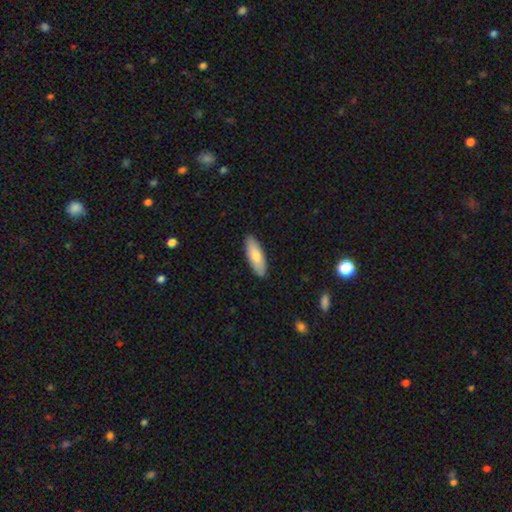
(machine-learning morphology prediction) Smooth or featured?
  - smooth: 73% *
  - featured or disk: 22%
  - star or artifact: 6%
How rounded?
  - in between: 56% *
  - cigar-shaped: 42%
  - round: 2%
Merging?
  - none: 89% *
  - minor disturbance: 8%
  - major disturbance: 2%
  - merger: 1%